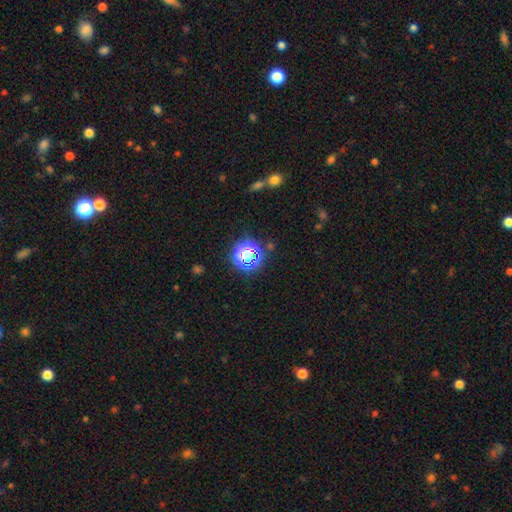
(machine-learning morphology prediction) Smooth or featured: star or artifact — 71% (smooth — 21%)